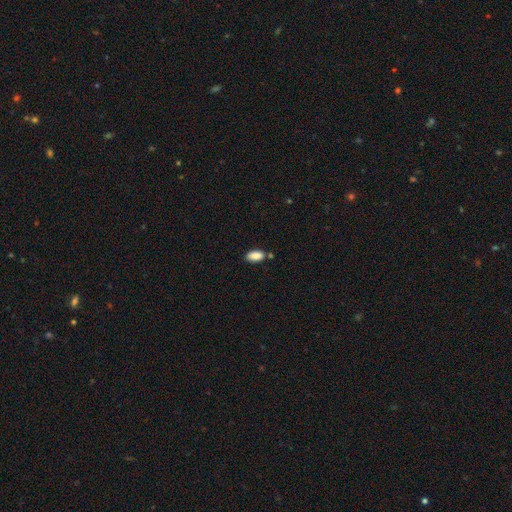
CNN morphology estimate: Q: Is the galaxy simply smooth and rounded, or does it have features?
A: smooth — 88%.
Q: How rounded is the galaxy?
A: in between — 91%.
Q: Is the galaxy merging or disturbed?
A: none — 76%.